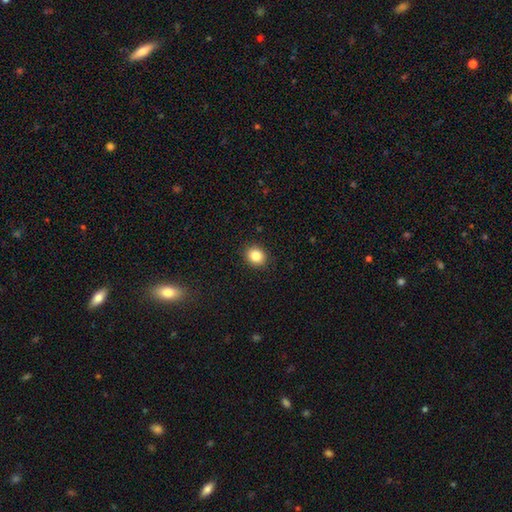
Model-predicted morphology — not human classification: Smooth or featured? Predicted: smooth (p=0.85). How rounded? Predicted: round (p=0.62). Merging? Predicted: none (p=0.90).